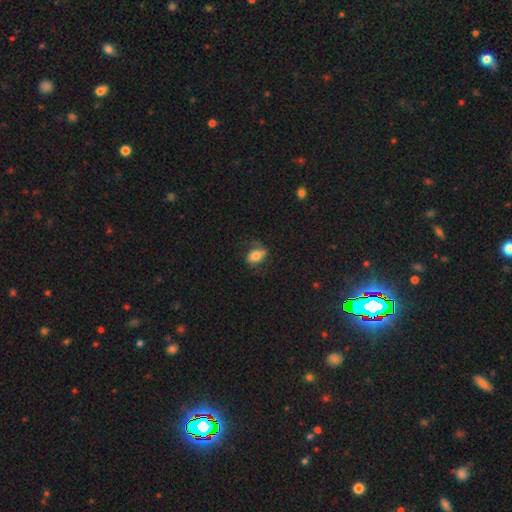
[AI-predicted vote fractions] Q: Smooth or featured?
A: smooth (71%); runner-up: featured or disk (20%)
Q: How rounded?
A: in between (79%); runner-up: round (18%)
Q: Merging?
A: none (61%); runner-up: minor disturbance (25%)